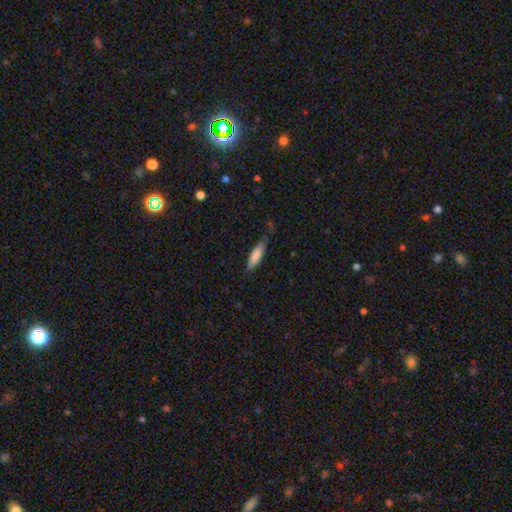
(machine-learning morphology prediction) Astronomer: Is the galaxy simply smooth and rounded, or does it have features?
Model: smooth — 81%.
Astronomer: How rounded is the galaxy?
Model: cigar-shaped — 63%.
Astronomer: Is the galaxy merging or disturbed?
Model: none — 70%.